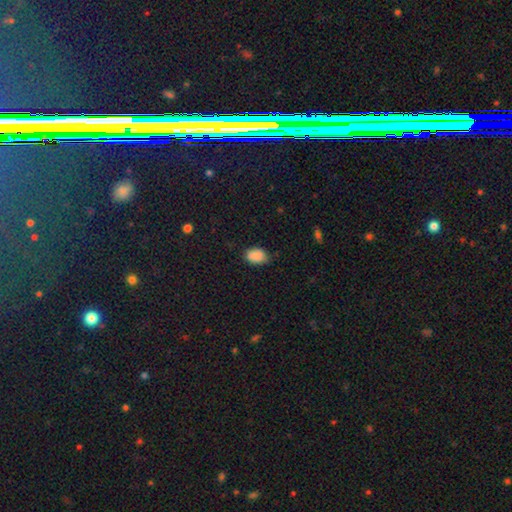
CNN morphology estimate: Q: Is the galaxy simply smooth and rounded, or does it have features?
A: smooth — 88%.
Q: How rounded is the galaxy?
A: in between — 83%.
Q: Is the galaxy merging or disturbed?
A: none — 71%.